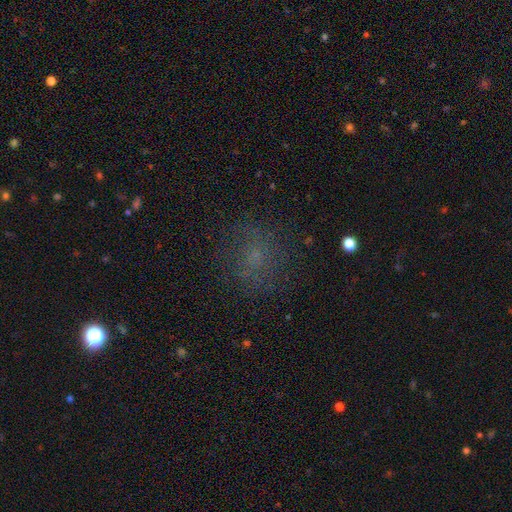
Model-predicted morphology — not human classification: Overall: smooth (53%; star or artifact 28%). How rounded: round (77%). Merging: none (75%).